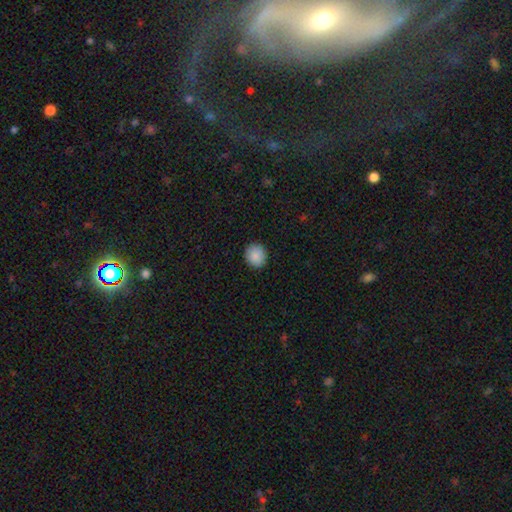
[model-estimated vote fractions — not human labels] A smooth galaxy with no disk features (89%) that is round (86%). Merging: none (92%).